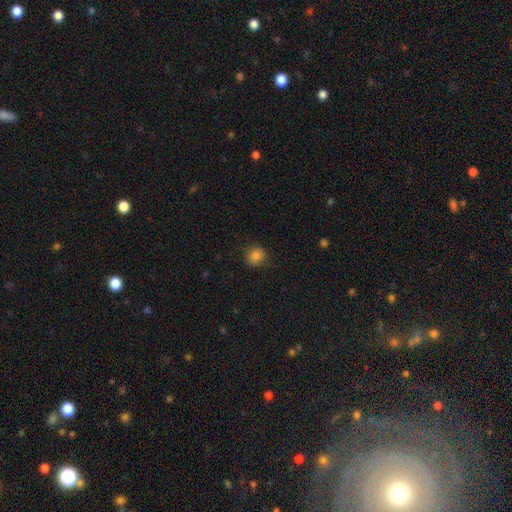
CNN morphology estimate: Smooth or featured? Predicted: smooth (p=0.84). How rounded? Predicted: round (p=0.85). Merging? Predicted: none (p=0.84).